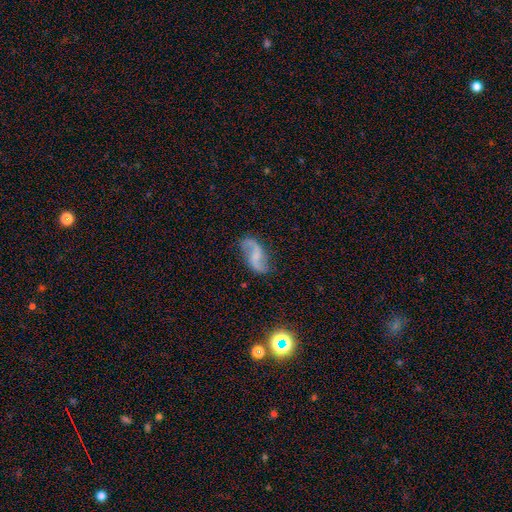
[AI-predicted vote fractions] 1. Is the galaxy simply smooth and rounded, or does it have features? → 81% featured or disk, 12% smooth, 7% star or artifact.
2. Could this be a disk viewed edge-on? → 97% no, 3% yes.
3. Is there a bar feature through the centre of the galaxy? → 44% weak, 39% no, 17% strong.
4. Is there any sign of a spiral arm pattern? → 95% yes, 5% no.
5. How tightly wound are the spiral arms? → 79% loose, 17% medium, 4% tight.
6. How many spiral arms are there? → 93% 2, 2% 1, 2% can't tell, 1% 3, 1% 4, 1% more than 4.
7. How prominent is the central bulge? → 55% none, 27% small, 14% moderate, 3% large, 1% dominant.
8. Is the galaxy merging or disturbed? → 77% none, 15% minor disturbance, 6% major disturbance, 2% merger.